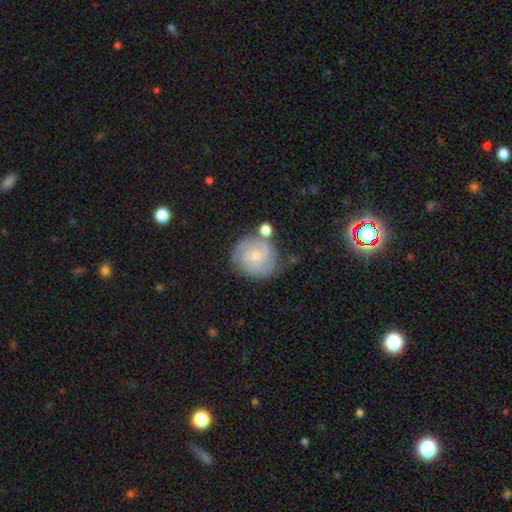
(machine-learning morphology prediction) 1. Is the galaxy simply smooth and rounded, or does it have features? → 75% featured or disk, 17% smooth, 7% star or artifact.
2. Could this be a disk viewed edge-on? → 98% no, 2% yes.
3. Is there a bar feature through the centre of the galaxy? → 67% no, 28% weak, 5% strong.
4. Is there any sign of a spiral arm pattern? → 94% yes, 6% no.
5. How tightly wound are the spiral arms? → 66% tight, 28% medium, 6% loose.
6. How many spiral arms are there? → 47% 2, 22% can't tell, 19% 3, 4% 4, 4% 1, 3% more than 4.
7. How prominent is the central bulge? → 65% small, 30% moderate, 3% none, 1% large, 1% dominant.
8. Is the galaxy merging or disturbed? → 68% none, 20% minor disturbance, 7% major disturbance, 6% merger.